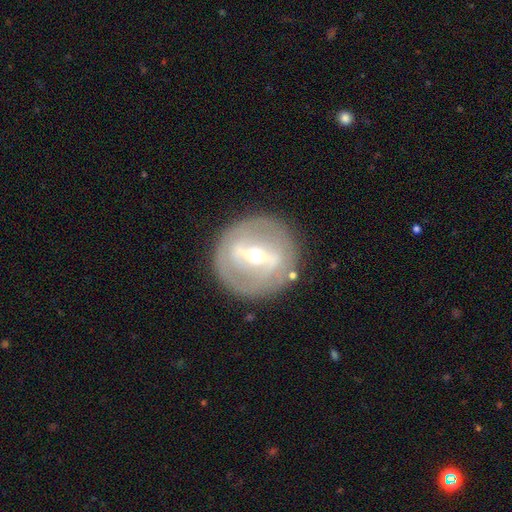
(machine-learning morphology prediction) type=featured or disk (73%); edge-on=no (87%); bar=strong (58%); spiral arms=no (61%); bulge=moderate (55%); merging=none (85%).